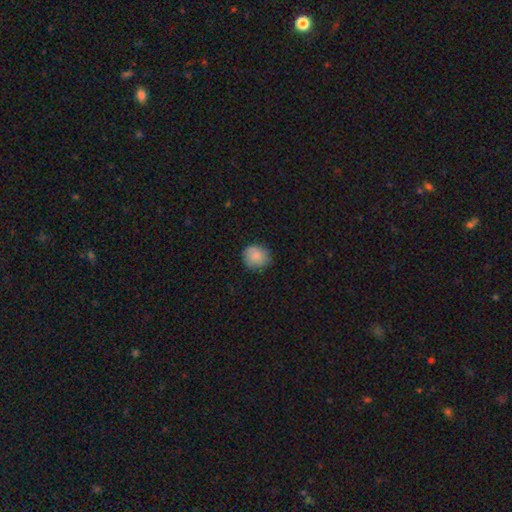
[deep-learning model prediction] A smooth galaxy with no disk features (80%) that is round (80%). Merging: none (79%).